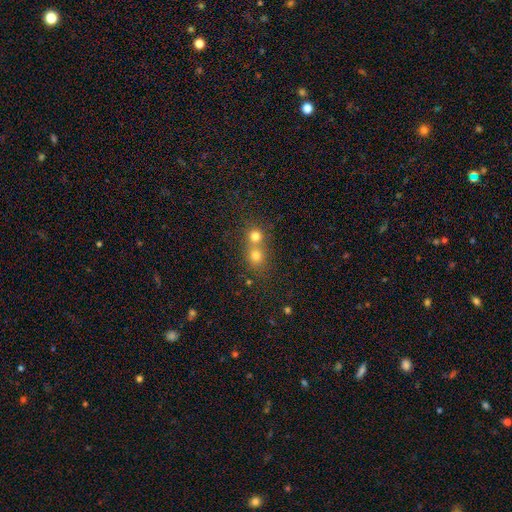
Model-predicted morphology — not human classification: A smooth galaxy with no disk features (74%) that is round (82%).

Vote fractions:
- Smooth or featured? smooth: 74% / star or artifact: 16% / featured or disk: 10%
- How rounded? round: 82% / in between: 17% / cigar-shaped: 1%
- Merging? merger: 53% / none: 40% / minor disturbance: 5% / major disturbance: 2%